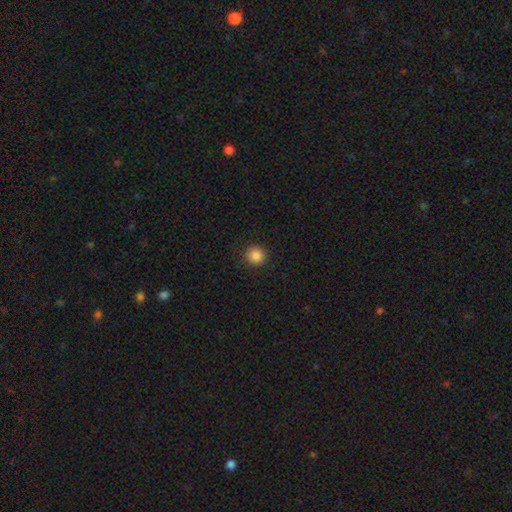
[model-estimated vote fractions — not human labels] A smooth galaxy with no disk features (86%) that is round (93%). Merging: none (92%).